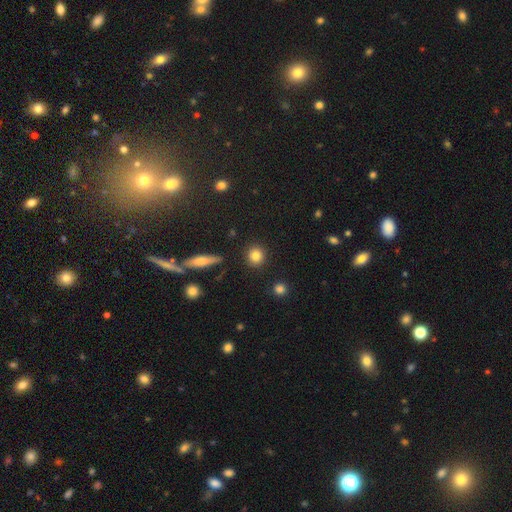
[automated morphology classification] Overall: smooth (83%). How rounded: round (88%). Merging: none (90%).